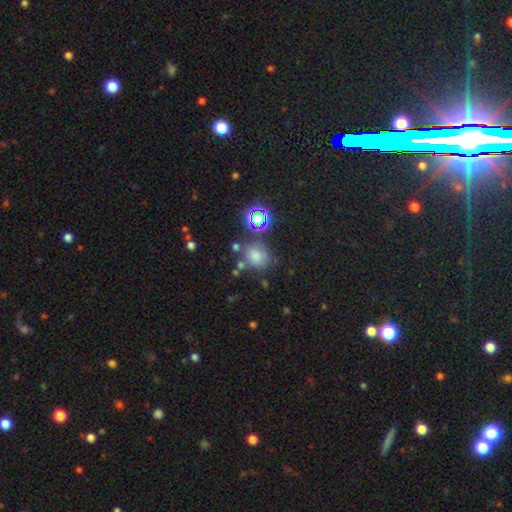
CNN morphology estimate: This is likely a smooth galaxy (67%). How rounded: likely round (71%). Merging: likely none (63%).